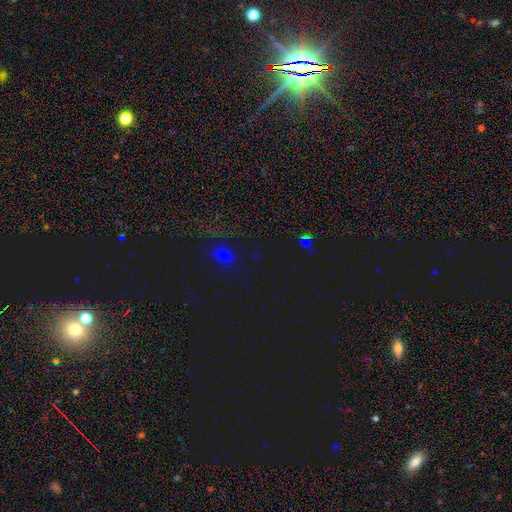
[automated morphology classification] A star or artifact, not a galaxy (47%, tied with smooth).

Vote fractions:
- Smooth or featured? star or artifact: 47% (tied) / smooth: 47% (tied) / featured or disk: 6%